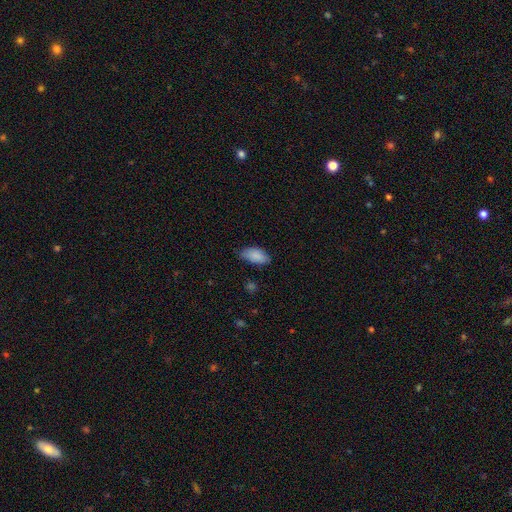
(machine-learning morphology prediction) A smooth galaxy with no disk features (87%) that is in between round and cigar-shaped (92%).

Vote fractions:
- Smooth or featured? smooth: 87% / star or artifact: 7% / featured or disk: 6%
- How rounded? in between: 92% / cigar-shaped: 5% / round: 3%
- Merging? none: 71% / minor disturbance: 24% / major disturbance: 4% / merger: 1%